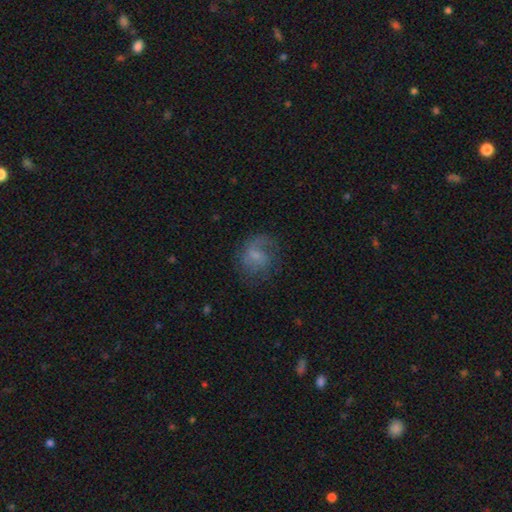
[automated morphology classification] featured or disk 50%, smooth 40%, star or artifact 10%. Down the decision tree: edge-on disk — no (97%); merging — none (54%).